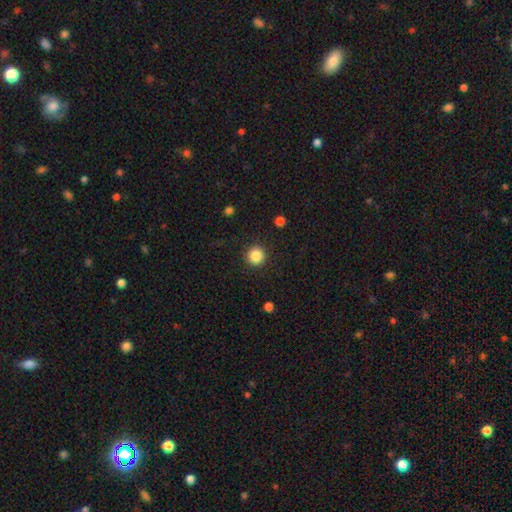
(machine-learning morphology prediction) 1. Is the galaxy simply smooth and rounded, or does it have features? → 86% smooth, 10% star or artifact, 4% featured or disk.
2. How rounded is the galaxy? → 95% round, 4% in between, 1% cigar-shaped.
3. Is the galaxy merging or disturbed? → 91% none, 5% minor disturbance, 2% major disturbance, 1% merger.